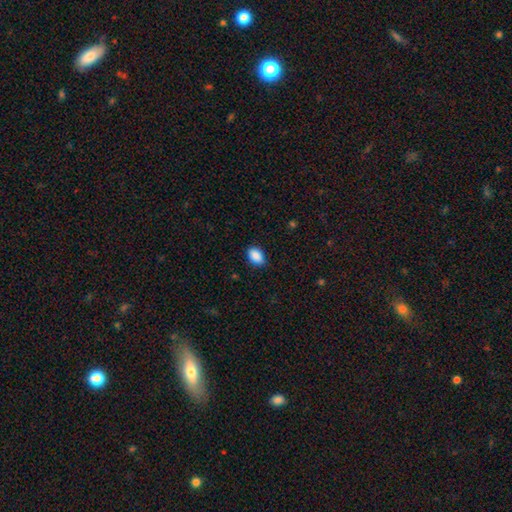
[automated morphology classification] This appears to be a smooth galaxy with no disk features (89%) that is in between round and cigar-shaped (87%). Merging: none (82%).